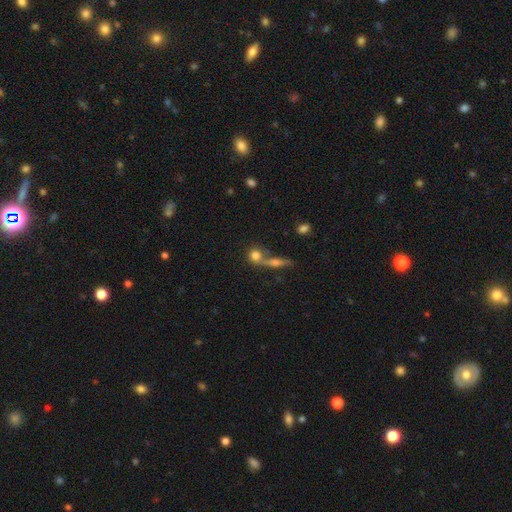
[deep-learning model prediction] smooth-or-featured: smooth: 74% | featured or disk: 16% | star or artifact: 11%
  how-rounded: round: 79% | in between: 15% | cigar-shaped: 5%
  merging: none: 49% | merger: 36% | minor disturbance: 9% | major disturbance: 6%